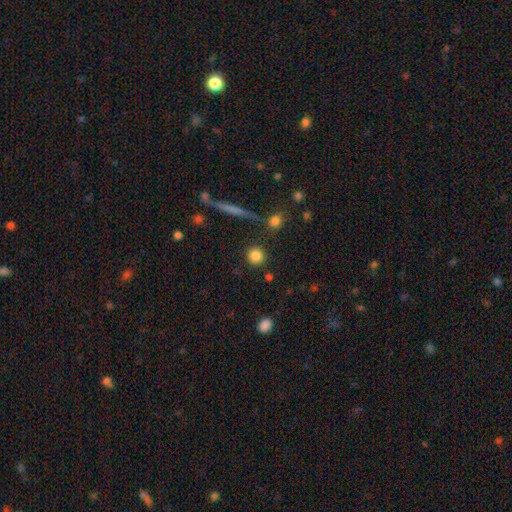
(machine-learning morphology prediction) smooth 84%, star or artifact 10%, featured or disk 6%. Down the decision tree: how rounded — round (91%); merging — none (87%).